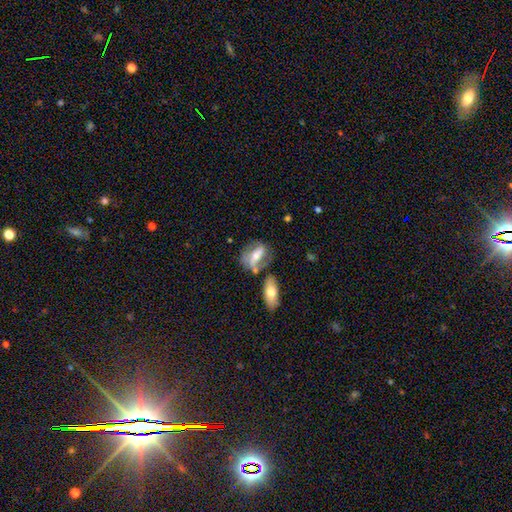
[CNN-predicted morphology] This appears to be a featured or disk galaxy (56%). Merging: none (48%).